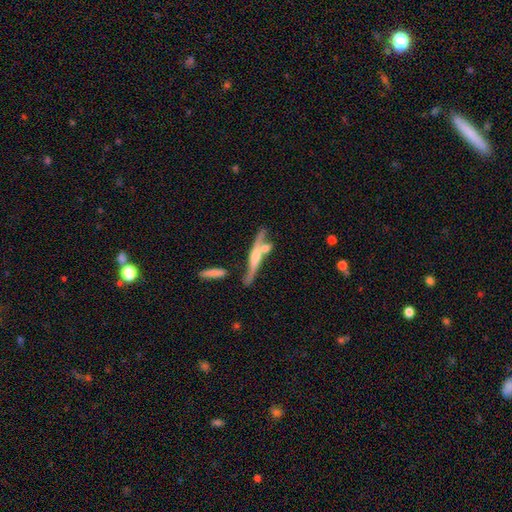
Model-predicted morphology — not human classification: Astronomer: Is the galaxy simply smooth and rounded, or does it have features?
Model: featured or disk — 75%.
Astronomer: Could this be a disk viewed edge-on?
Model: yes — 78%.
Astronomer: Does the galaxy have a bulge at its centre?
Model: rounded — 73%.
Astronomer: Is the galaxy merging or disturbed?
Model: none — 56%.